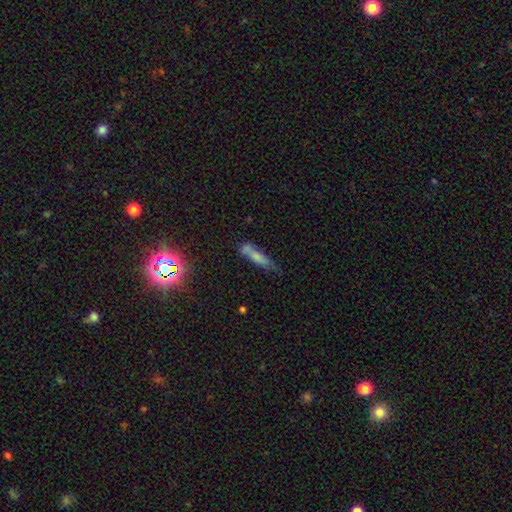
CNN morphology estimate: smooth-or-featured: smooth: 60% | featured or disk: 25% | star or artifact: 15%
  how-rounded: cigar-shaped: 74% | in between: 23% | round: 3%
  merging: none: 49% | minor disturbance: 28% | merger: 12% | major disturbance: 11%